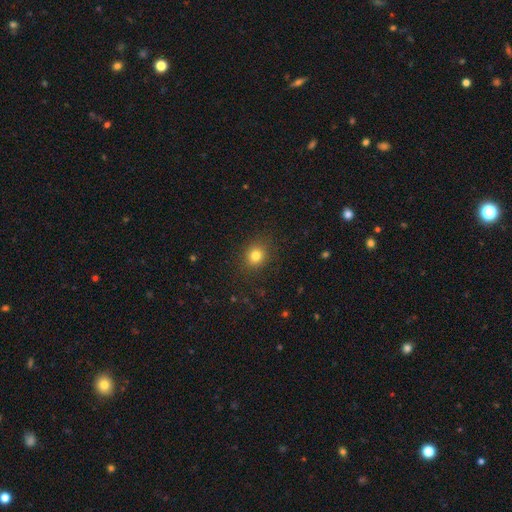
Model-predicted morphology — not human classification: Overall: smooth (80%). How rounded: round (76%). Merging: none (88%).